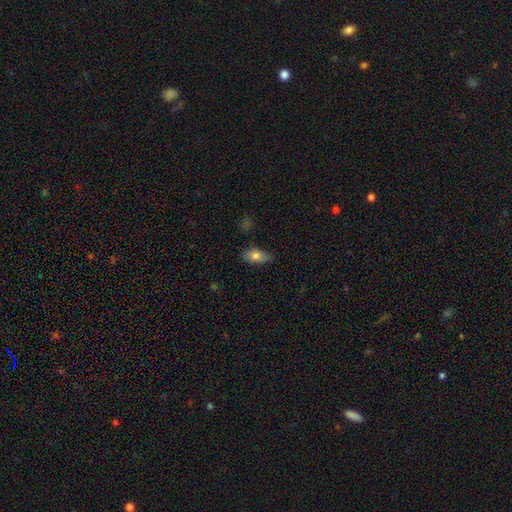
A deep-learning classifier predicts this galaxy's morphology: type=smooth (78%); roundness=in between (86%); merging=none (72%).